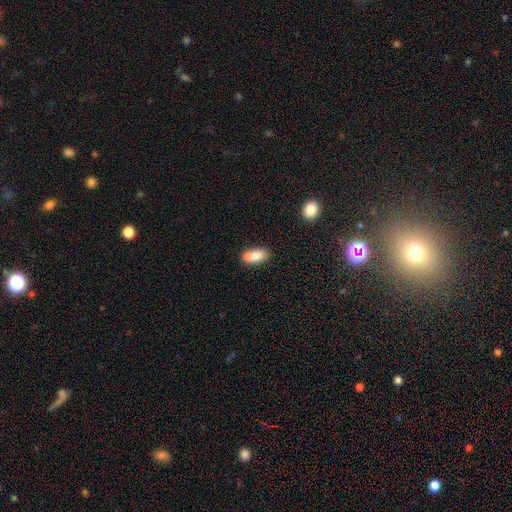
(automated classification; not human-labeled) smooth_or_featured: smooth (p=0.77) [alt: featured or disk p=0.15]
how_rounded: in between (p=0.86) [alt: round p=0.07]
merging: none (p=0.42) [alt: merger p=0.40]